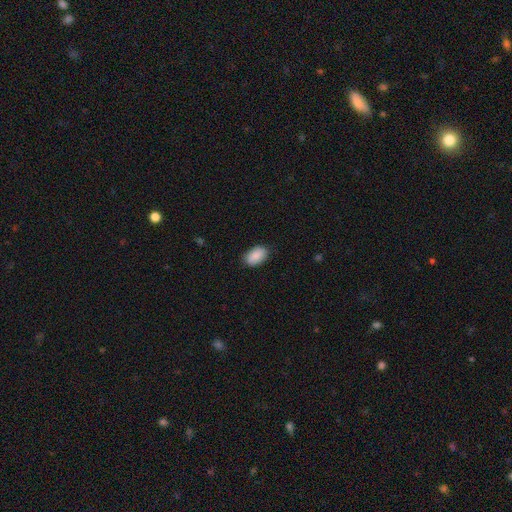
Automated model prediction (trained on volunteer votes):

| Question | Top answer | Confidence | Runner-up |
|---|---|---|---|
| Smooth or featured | smooth | 89% | star or artifact (6%) |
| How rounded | in between | 93% | round (6%) |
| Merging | none | 85% | minor disturbance (12%) |